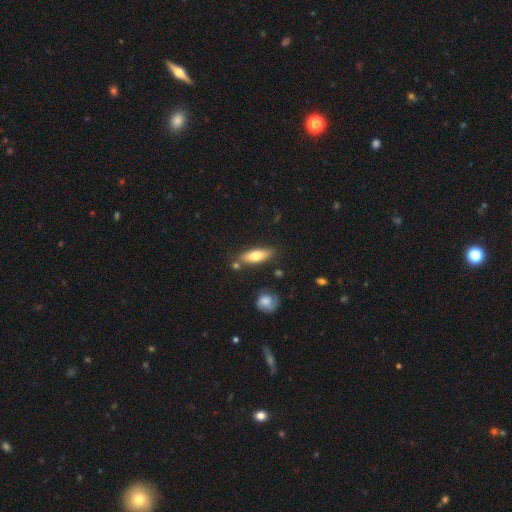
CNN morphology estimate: The model was most divided on "how rounded": in between: 61%, cigar-shaped: 36%, round: 2%. More confident: merging — none (77%); smooth or featured — smooth (73%).